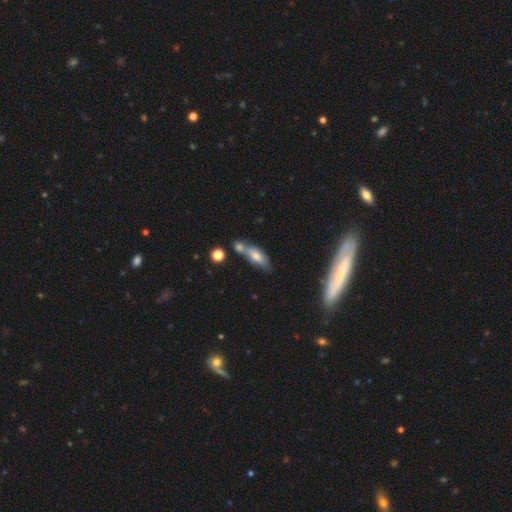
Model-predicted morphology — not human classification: Q: Smooth or featured?
A: smooth (65%); runner-up: featured or disk (26%)
Q: How rounded?
A: in between (66%); runner-up: cigar-shaped (30%)
Q: Merging?
A: merger (43%); runner-up: none (34%)